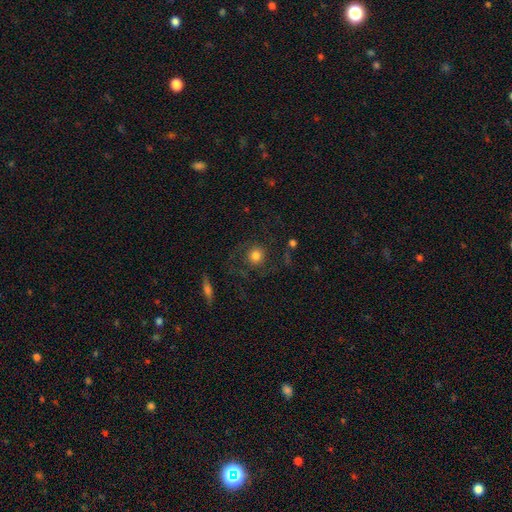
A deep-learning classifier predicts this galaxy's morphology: A smooth galaxy with no disk features (56%) that is round (90%). Merging: none (68%).